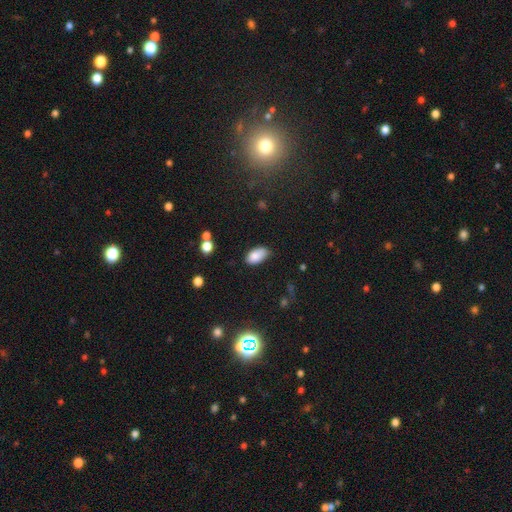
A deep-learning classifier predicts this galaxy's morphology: A smooth galaxy with no disk features (85%) that is in between round and cigar-shaped (94%).

Vote fractions:
- Smooth or featured? smooth: 85% / star or artifact: 8% / featured or disk: 7%
- How rounded? in between: 94% / round: 4% / cigar-shaped: 2%
- Merging? none: 68% / minor disturbance: 24% / major disturbance: 5% / merger: 3%